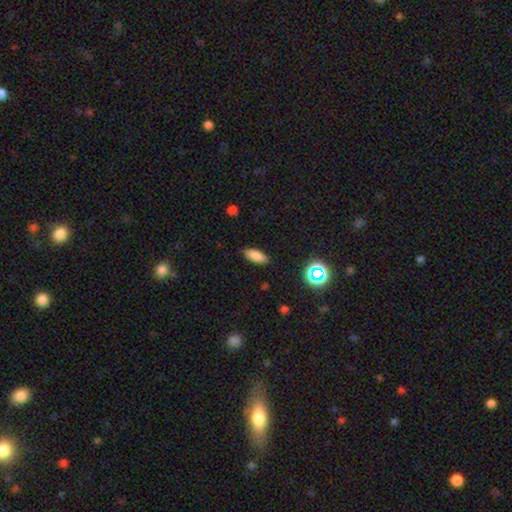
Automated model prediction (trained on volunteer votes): smooth_or_featured: smooth (p=0.81) [alt: star or artifact p=0.11]
how_rounded: in between (p=0.72) [alt: cigar-shaped p=0.25]
merging: none (p=0.87) [alt: minor disturbance p=0.10]